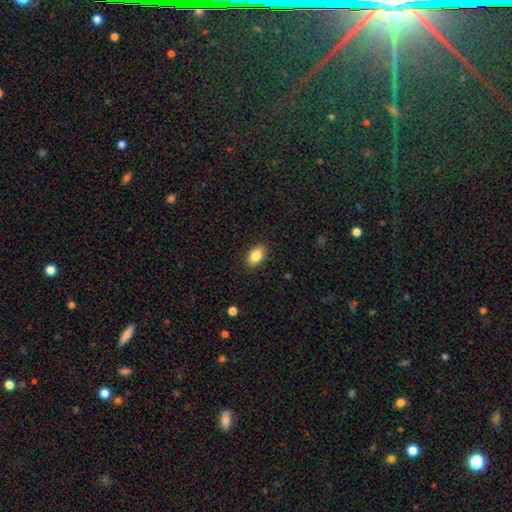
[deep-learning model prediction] A smooth galaxy with no disk features (85%) that is in between round and cigar-shaped (87%). Merging: none (88%).